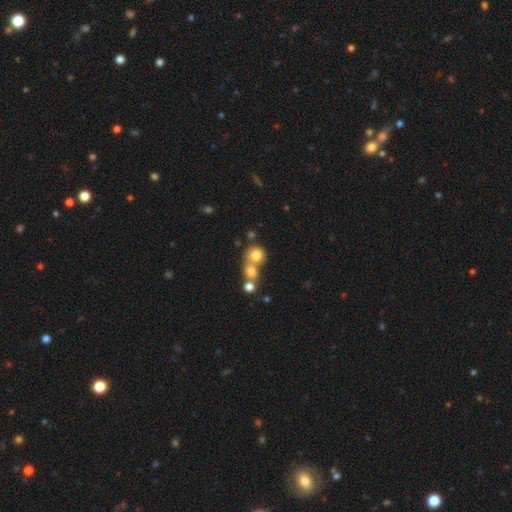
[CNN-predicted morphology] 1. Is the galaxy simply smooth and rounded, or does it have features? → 75% smooth, 13% star or artifact, 12% featured or disk.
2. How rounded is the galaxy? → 85% round, 14% in between, 1% cigar-shaped.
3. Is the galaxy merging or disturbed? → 49% merger, 41% none, 6% minor disturbance, 3% major disturbance.